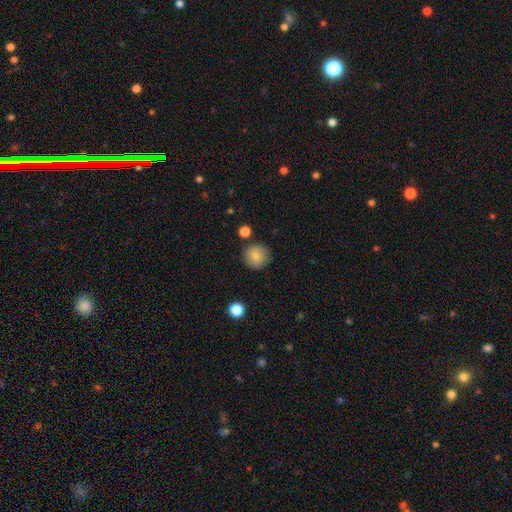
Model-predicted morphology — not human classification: Overall: smooth (83%). How rounded: round (94%). Merging: none (86%).